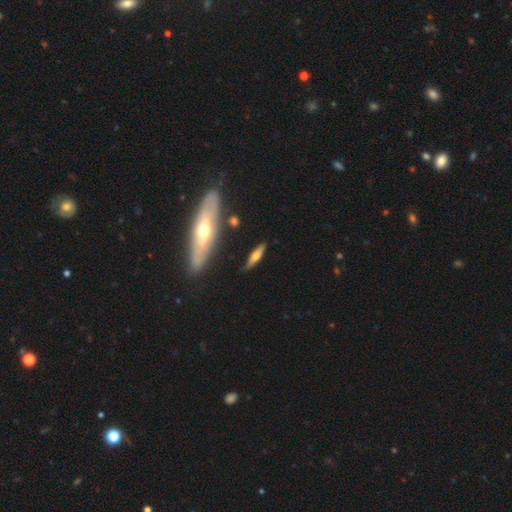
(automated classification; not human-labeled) The model was most divided on "smooth or featured": smooth: 49%, featured or disk: 45%, star or artifact: 7%. More confident: merging — none (84%).